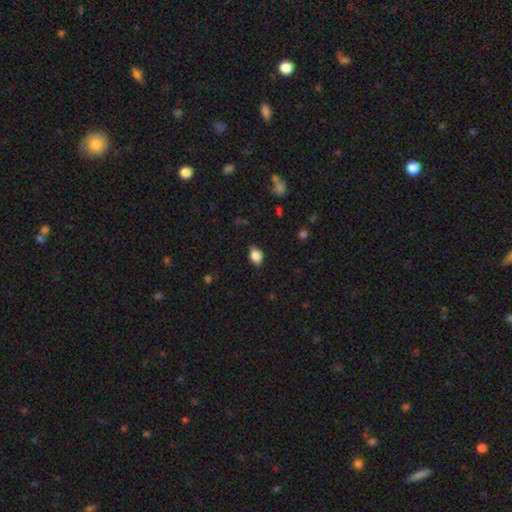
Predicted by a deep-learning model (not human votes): A smooth galaxy with no disk features (84%) that is in between round and cigar-shaped (85%). Merging: none (82%).